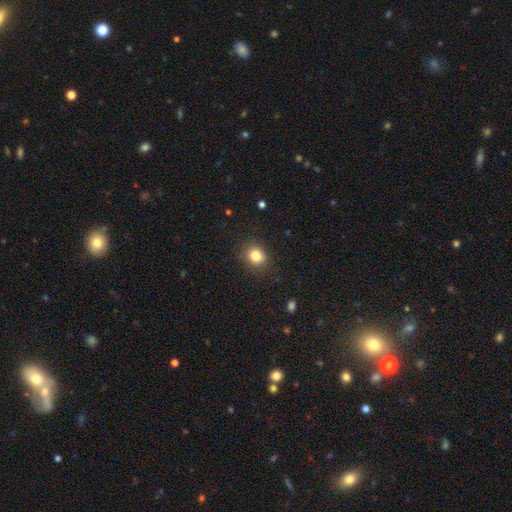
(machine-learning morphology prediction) smooth 83%, star or artifact 11%, featured or disk 6%. Down the decision tree: how rounded — round (71%); merging — none (86%).